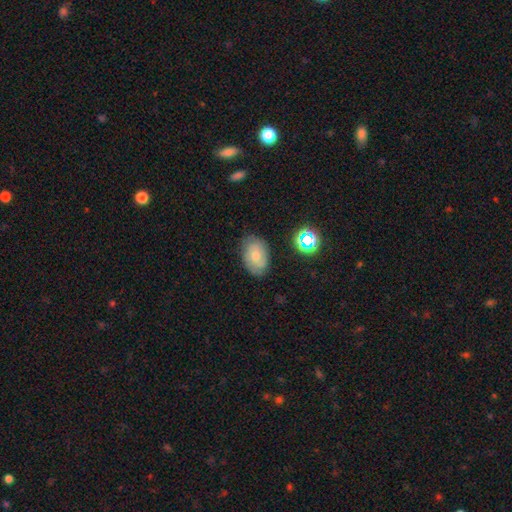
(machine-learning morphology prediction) Smooth or featured? Predicted: smooth (p=0.57). How rounded? Predicted: in between (p=0.86). Merging? Predicted: none (p=0.74).